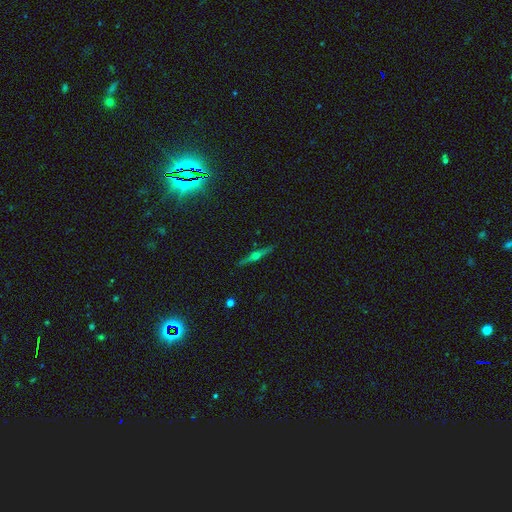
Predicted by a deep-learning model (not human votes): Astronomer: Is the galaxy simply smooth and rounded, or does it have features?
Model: featured or disk — 76%.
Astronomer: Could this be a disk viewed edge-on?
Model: yes — 98%.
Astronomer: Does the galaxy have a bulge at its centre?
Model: rounded — 92%.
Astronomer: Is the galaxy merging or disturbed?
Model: none — 91%.